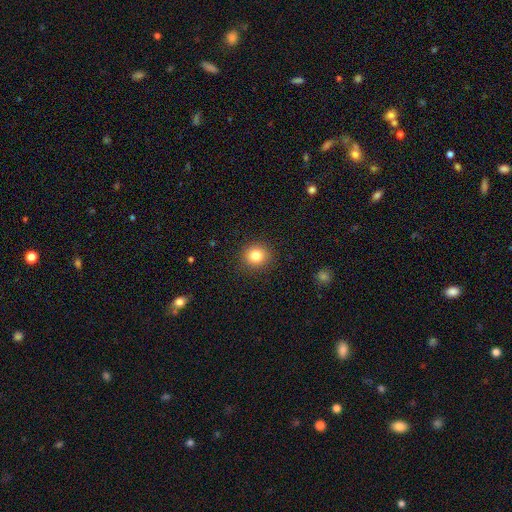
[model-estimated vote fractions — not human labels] The model was most divided on "smooth or featured": smooth: 82%, star or artifact: 11%, featured or disk: 6%. More confident: merging — none (91%); how rounded — round (89%).